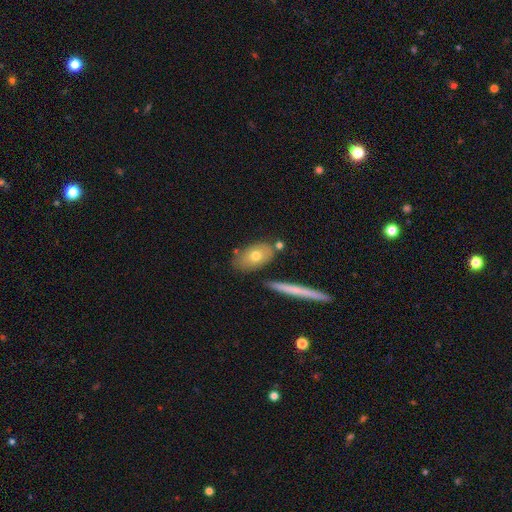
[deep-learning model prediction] Overall: smooth (67%; featured or disk 27%). How rounded: in between (85%). Merging: none (73%).